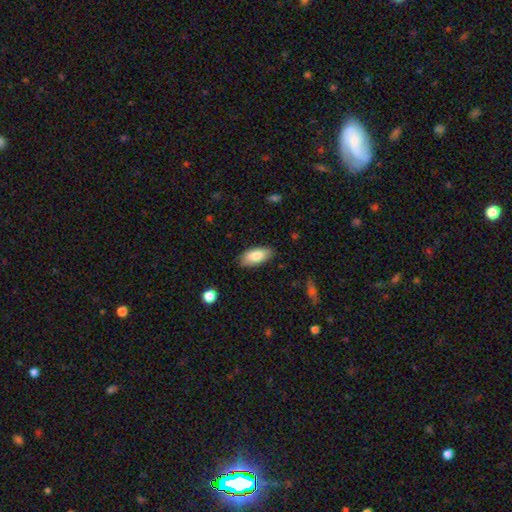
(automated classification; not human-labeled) Smooth or featured? smooth (83%)
How rounded? in between (90%)
Merging? none (85%)